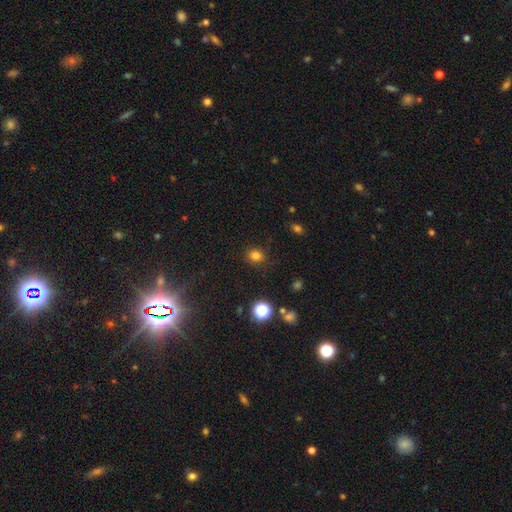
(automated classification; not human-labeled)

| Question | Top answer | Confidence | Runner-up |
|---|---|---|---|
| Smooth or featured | smooth | 79% | star or artifact (16%) |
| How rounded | round | 74% | in between (25%) |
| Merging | none | 84% | minor disturbance (11%) |